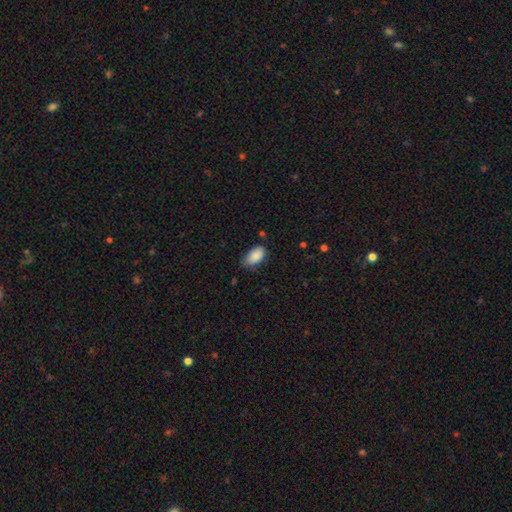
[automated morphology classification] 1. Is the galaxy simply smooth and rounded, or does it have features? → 89% smooth, 7% star or artifact, 5% featured or disk.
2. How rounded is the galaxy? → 94% in between, 4% round, 2% cigar-shaped.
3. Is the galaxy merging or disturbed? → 66% none, 28% minor disturbance, 4% major disturbance, 1% merger.